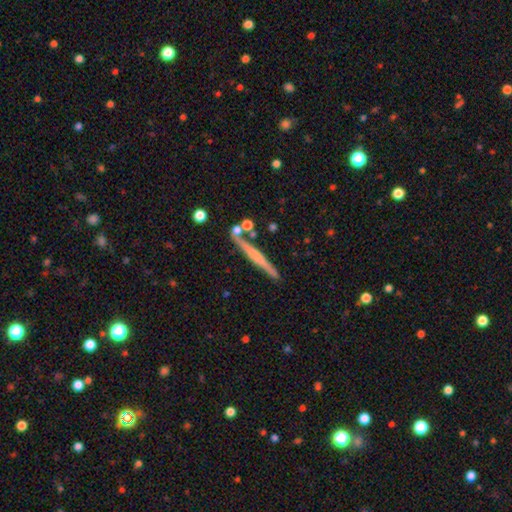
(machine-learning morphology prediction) smooth-or-featured: featured or disk: 53% | smooth: 40% | star or artifact: 7%
  disk-edge-on: yes: 96% | no: 4%
    edge-on-bulge: none: 58% | rounded: 29% | boxy: 13%
  merging: none: 81% | minor disturbance: 10% | merger: 6% | major disturbance: 2%